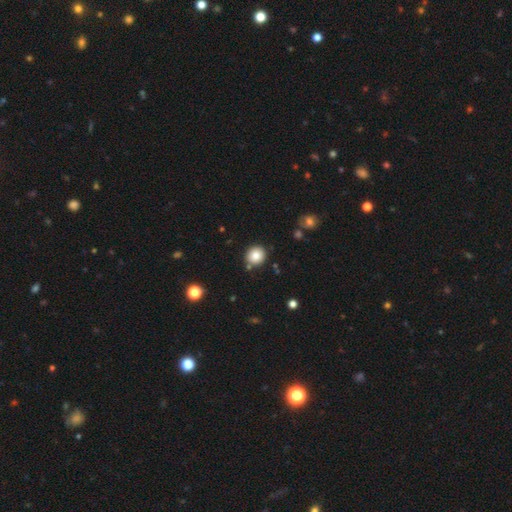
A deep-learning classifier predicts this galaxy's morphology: Overall: smooth (84%). How rounded: round (89%). Merging: none (84%).